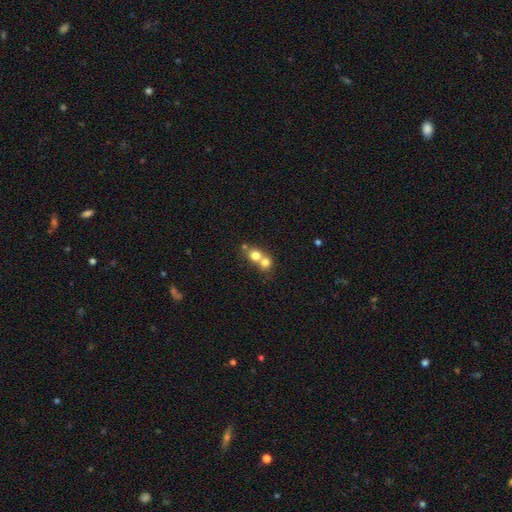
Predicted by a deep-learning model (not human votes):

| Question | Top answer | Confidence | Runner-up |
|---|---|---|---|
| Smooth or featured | smooth | 73% | featured or disk (16%) |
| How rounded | round | 78% | in between (21%) |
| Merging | merger | 68% | none (26%) |